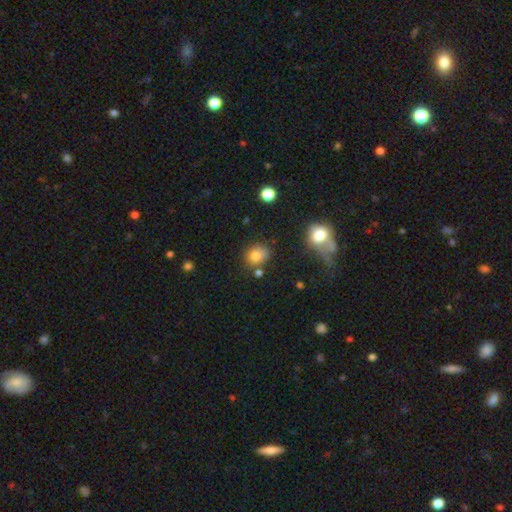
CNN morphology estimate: A smooth galaxy with no disk features (79%) that is round (55%).

Vote fractions:
- Smooth or featured? smooth: 79% / star or artifact: 12% / featured or disk: 8%
- How rounded? round: 55% / in between: 43% / cigar-shaped: 1%
- Merging? none: 63% / minor disturbance: 19% / merger: 11% / major disturbance: 7%